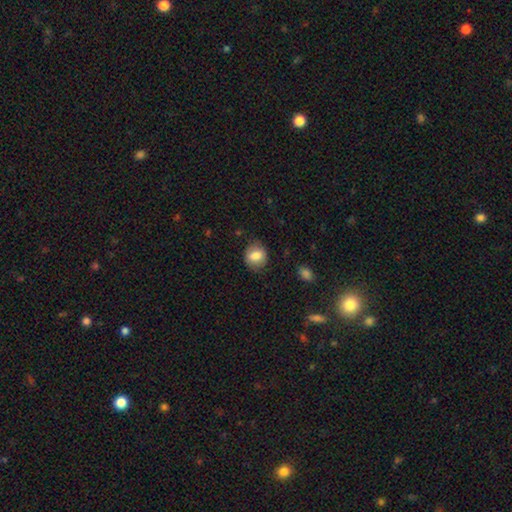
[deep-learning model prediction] A smooth galaxy with no disk features (78%) that is round (57%).

Vote fractions:
- Smooth or featured? smooth: 78% / featured or disk: 14% / star or artifact: 8%
- How rounded? round: 57% / in between: 42% / cigar-shaped: 1%
- Merging? none: 77% / minor disturbance: 17% / major disturbance: 5% / merger: 1%